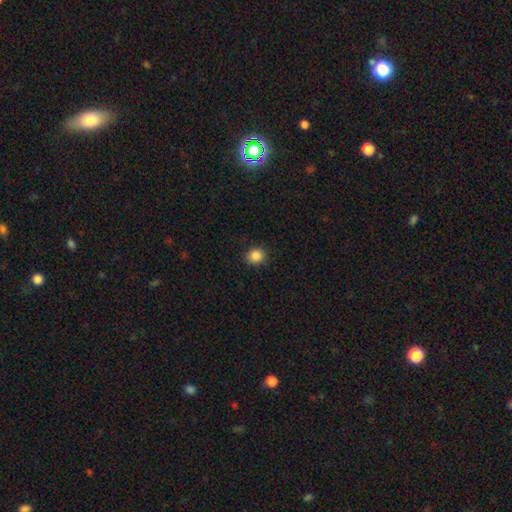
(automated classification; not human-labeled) Smooth or featured: smooth — 87% (star or artifact — 10%)
How rounded: round — 79% (in between — 20%)
Merging: none — 89% (minor disturbance — 8%)